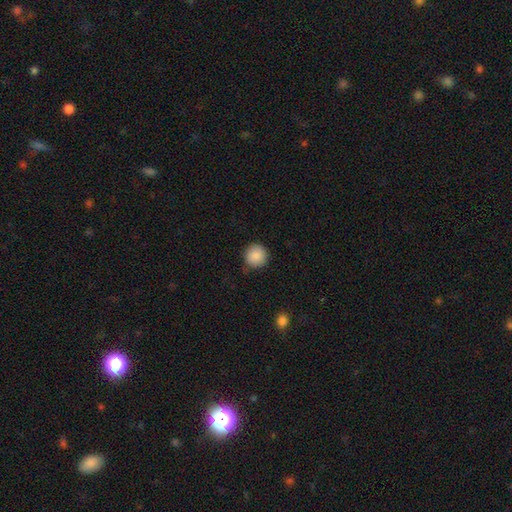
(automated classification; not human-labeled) A smooth galaxy with no disk features (88%) that is round (95%).

Vote fractions:
- Smooth or featured? smooth: 88% / star or artifact: 8% / featured or disk: 4%
- How rounded? round: 95% / in between: 4% / cigar-shaped: 1%
- Merging? none: 88% / minor disturbance: 9% / major disturbance: 2% / merger: 1%